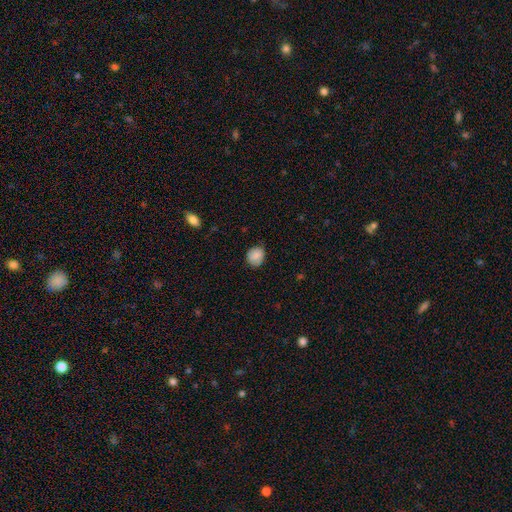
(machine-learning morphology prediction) type=smooth (84%); roundness=round (66%); merging=none (71%).